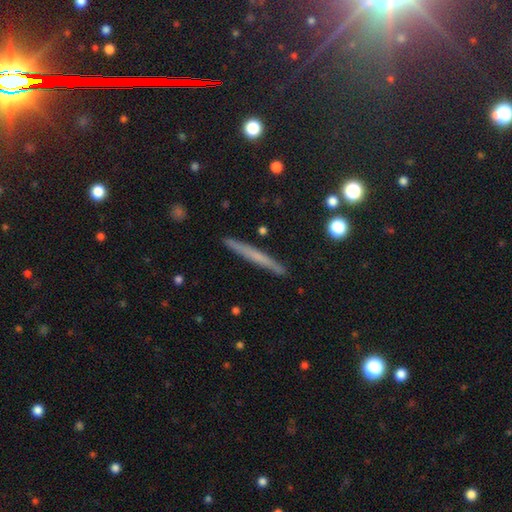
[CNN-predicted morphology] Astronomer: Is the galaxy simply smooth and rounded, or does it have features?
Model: smooth — 50% (runner-up: featured or disk, 42%).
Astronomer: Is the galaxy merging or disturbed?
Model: none — 91%.